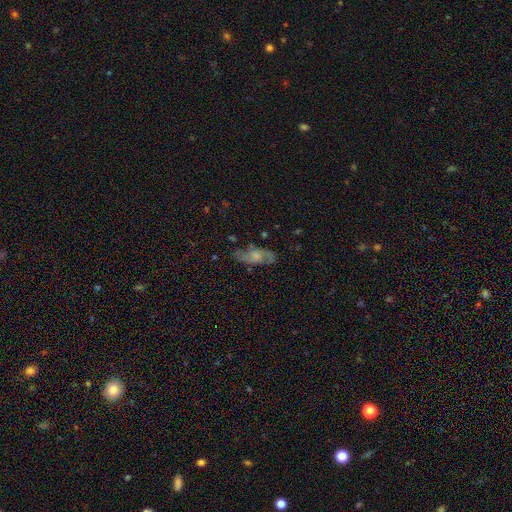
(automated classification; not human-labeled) Smooth or featured? featured or disk (58%)
Edge-on disk? no (86%)
Bar? no (65%)
Spiral arms? yes (82%)
Bulge size? moderate (36%)
Merging? none (71%)